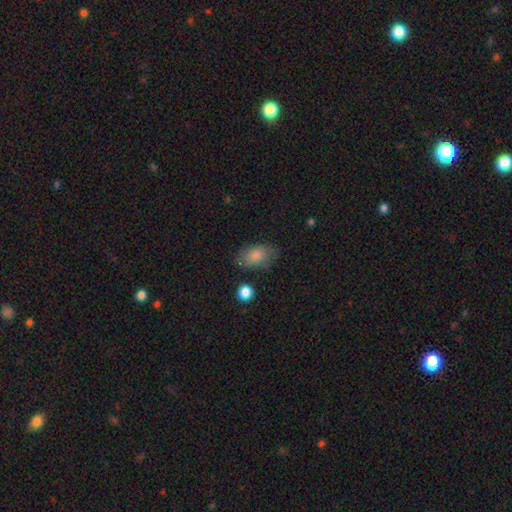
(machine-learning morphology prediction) The model was most divided on "merging": none: 71%, minor disturbance: 19%, major disturbance: 7%, merger: 3%. More confident: how rounded — in between (89%); smooth or featured — smooth (81%).